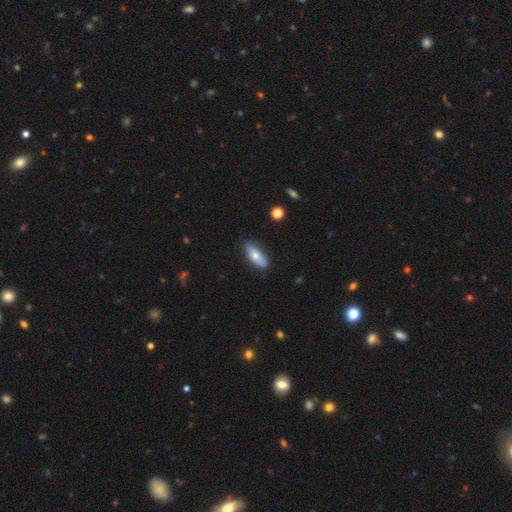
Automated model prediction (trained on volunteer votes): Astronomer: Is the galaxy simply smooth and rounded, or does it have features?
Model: smooth — 71%.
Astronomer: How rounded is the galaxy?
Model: in between — 73%.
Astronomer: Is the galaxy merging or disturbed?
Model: none — 79%.